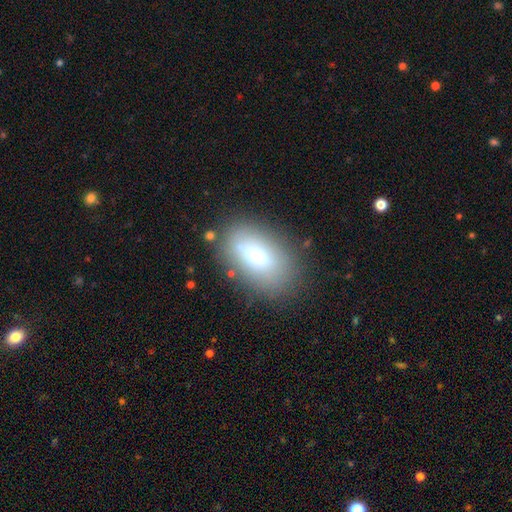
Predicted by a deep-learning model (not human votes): Morphology: type=smooth (70%); roundness=in between (88%); merging=none (81%).